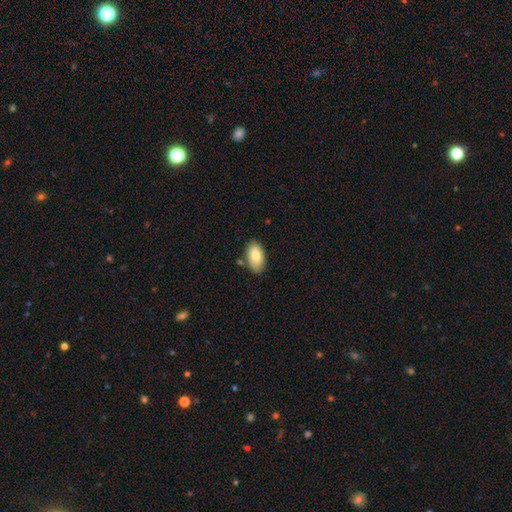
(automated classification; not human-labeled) Smooth or featured? Predicted: smooth (p=0.80). How rounded? Predicted: in between (p=0.95). Merging? Predicted: none (p=0.79).